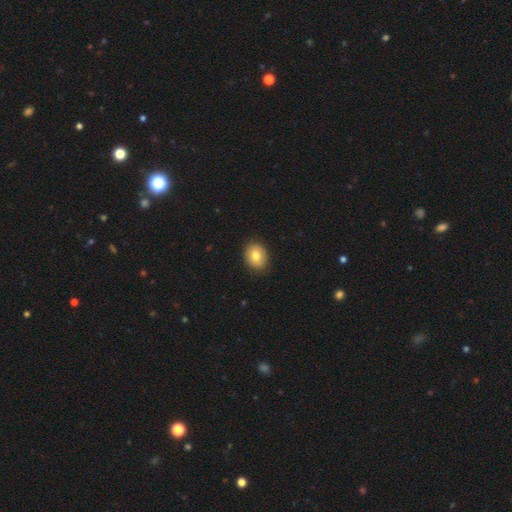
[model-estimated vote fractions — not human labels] This is likely a smooth galaxy (80%). How rounded: possibly in between (55%). Merging: clearly none (88%).